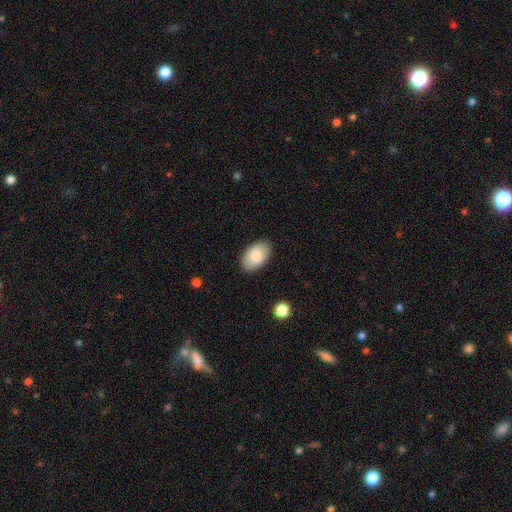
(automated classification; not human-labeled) The model was most divided on "smooth or featured": smooth: 80%, featured or disk: 14%, star or artifact: 6%. More confident: how rounded — in between (93%); merging — none (87%).